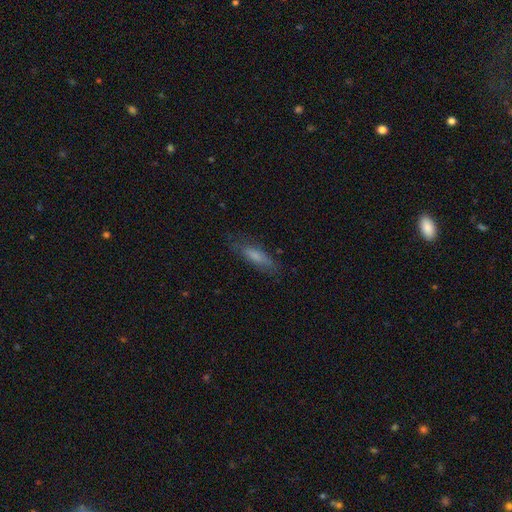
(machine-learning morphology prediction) smooth_or_featured: smooth (p=0.68) [alt: featured or disk p=0.24]
how_rounded: cigar-shaped (p=0.66) [alt: in between p=0.32]
merging: none (p=0.76) [alt: minor disturbance p=0.17]